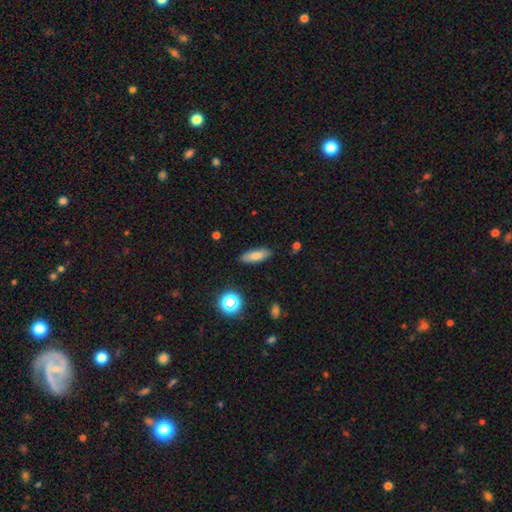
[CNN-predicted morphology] Smooth or featured: smooth — 80% (featured or disk — 11%)
How rounded: in between — 64% (cigar-shaped — 34%)
Merging: none — 86% (minor disturbance — 10%)